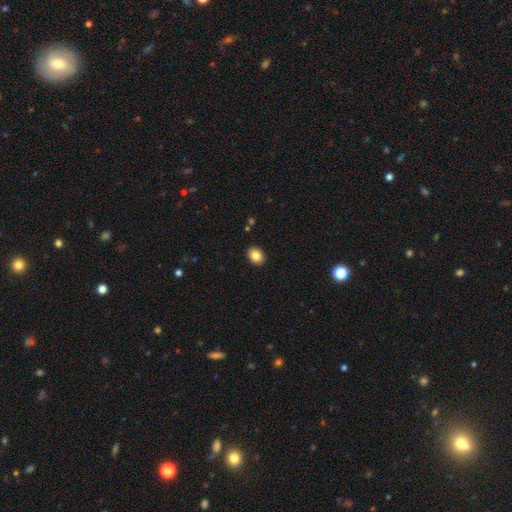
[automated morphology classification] type=smooth (84%); roundness=in between (57%); merging=none (91%).